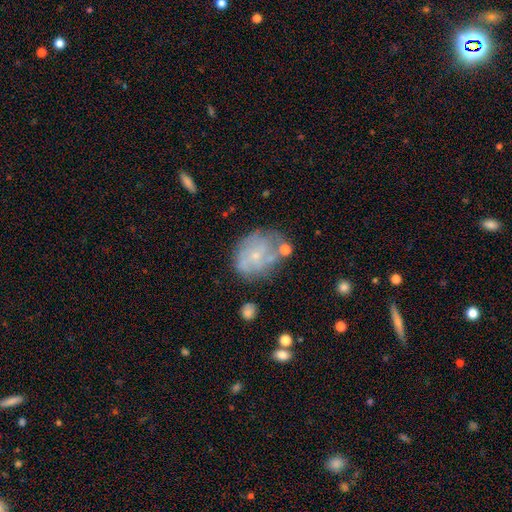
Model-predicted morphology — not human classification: Smooth or featured? featured or disk (58%)
Edge-on disk? no (97%)
Bar? no (77%)
Spiral arms? yes (61%)
Bulge size? small (76%)
Merging? none (54%)